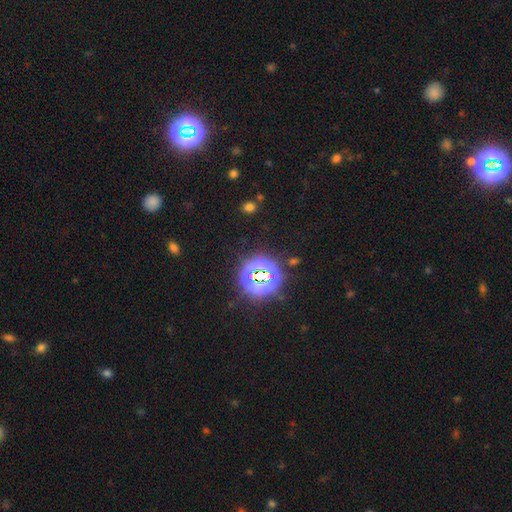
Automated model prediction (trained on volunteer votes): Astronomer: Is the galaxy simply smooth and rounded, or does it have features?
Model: star or artifact — 82%.